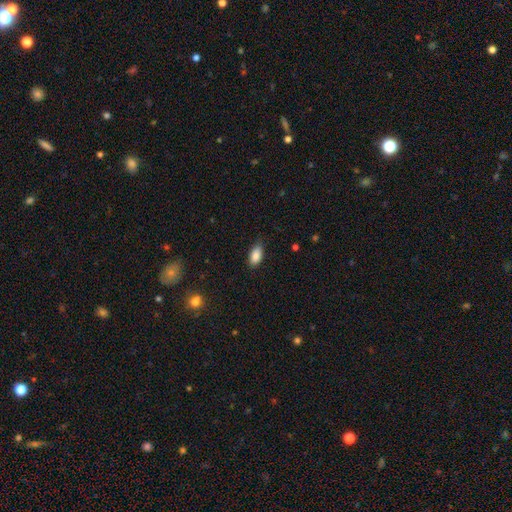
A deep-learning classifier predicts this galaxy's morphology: The model was most divided on "merging": none: 80%, minor disturbance: 16%, major disturbance: 3%, merger: 1%. More confident: how rounded — in between (91%); smooth or featured — smooth (87%).